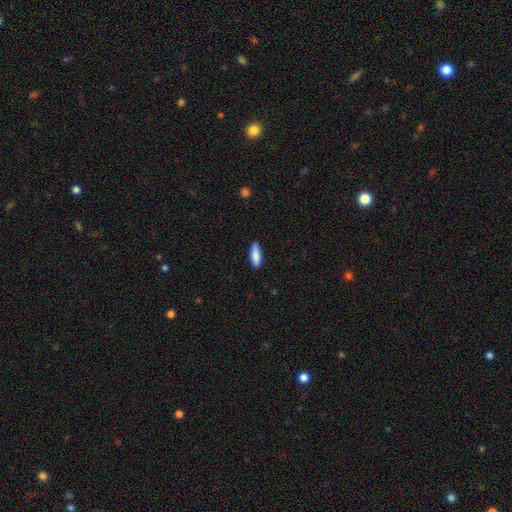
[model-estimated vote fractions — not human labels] This is clearly a smooth galaxy (85%). How rounded: possibly in between (51%). Merging: likely none (78%).